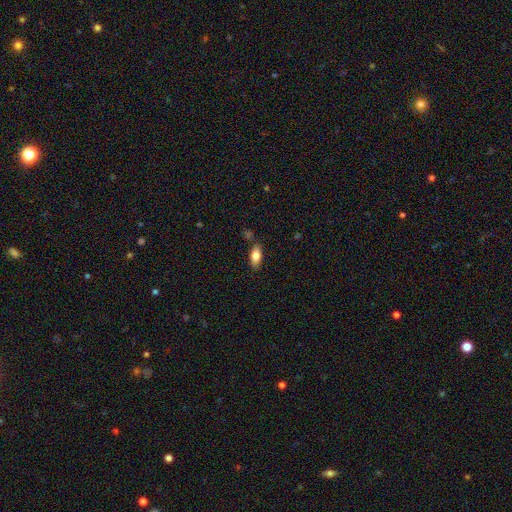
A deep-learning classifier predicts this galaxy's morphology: Overall: smooth (78%). How rounded: in between (86%). Merging: none (80%).